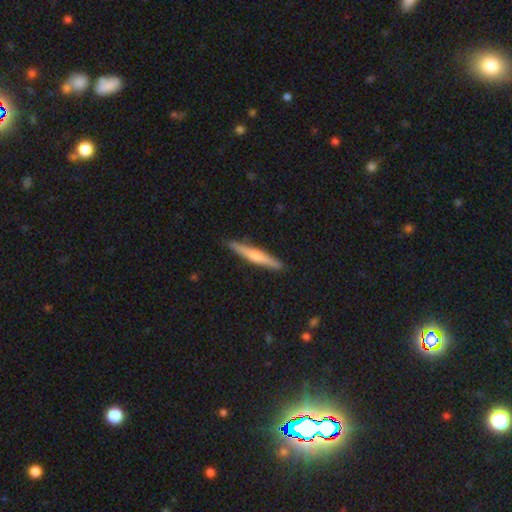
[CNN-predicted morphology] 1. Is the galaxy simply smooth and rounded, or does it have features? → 47% featured or disk (tied), 47% smooth (tied), 5% star or artifact.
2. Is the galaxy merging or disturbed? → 90% none, 8% minor disturbance, 1% major disturbance, 1% merger.